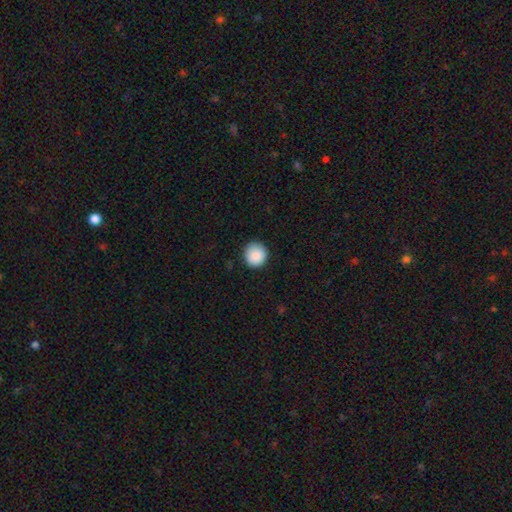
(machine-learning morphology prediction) Overall: smooth (89%). How rounded: round (94%). Merging: none (89%).